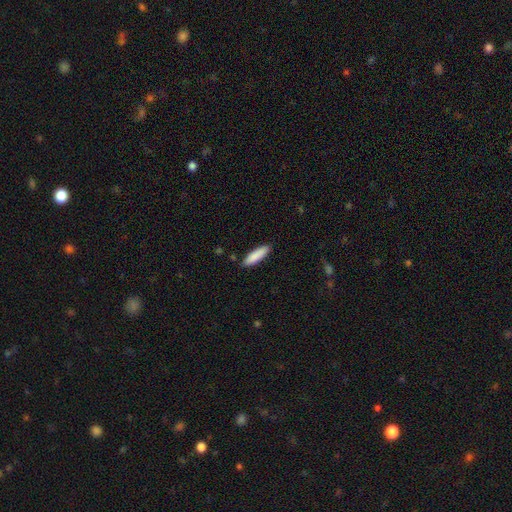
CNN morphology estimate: Smooth or featured? Predicted: smooth (p=0.87). How rounded? Predicted: cigar-shaped (p=0.68). Merging? Predicted: none (p=0.87).